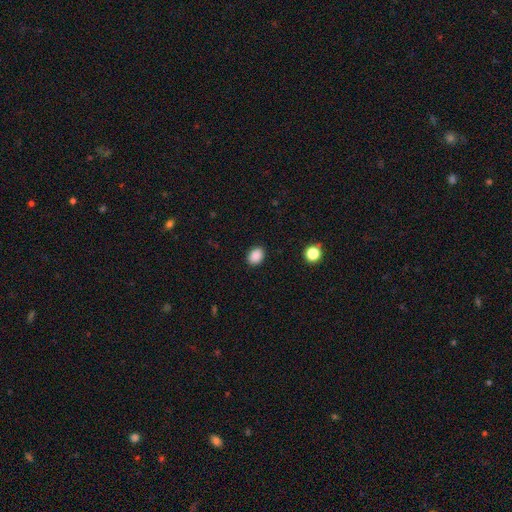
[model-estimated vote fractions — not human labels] This is clearly a smooth galaxy (88%). How rounded: likely in between (63%). Merging: clearly none (89%).